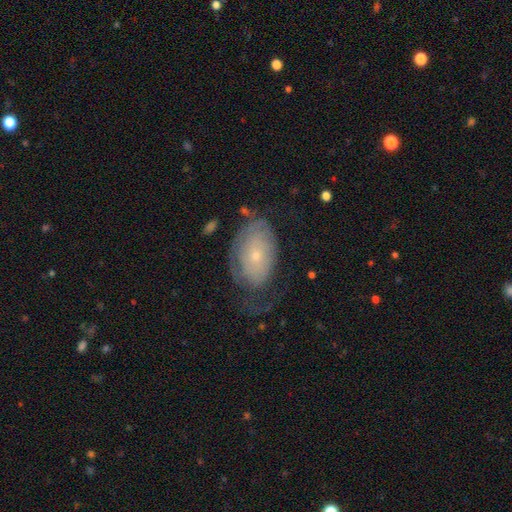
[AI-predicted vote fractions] This is possibly a featured or disk galaxy (58%). It is clearly not viewed edge-on (93%). Bar: clearly no (85%). Spiral arm pattern: likely yes (65%). Central bulge: likely small (75%). Merging: possibly none (48%).